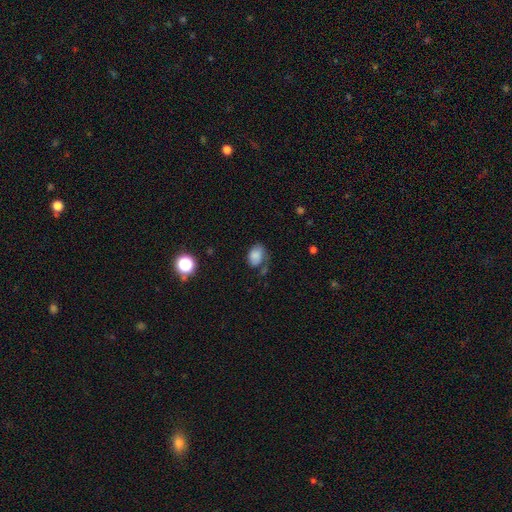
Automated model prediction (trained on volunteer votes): smooth 77%, featured or disk 12%, star or artifact 11%. Down the decision tree: how rounded — in between (79%); merging — none (50%).